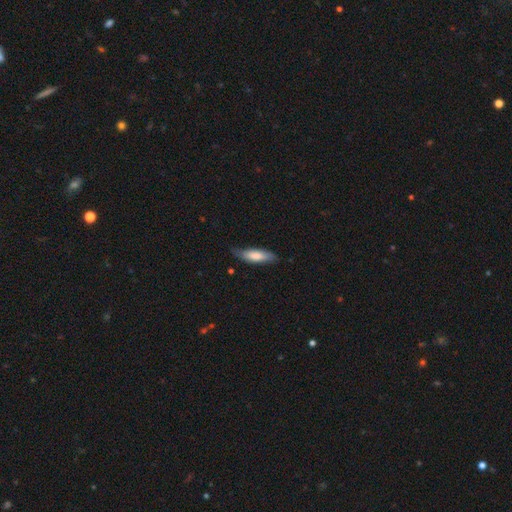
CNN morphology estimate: This appears to be a smooth galaxy with no disk features (74%) that is cigar-shaped (52%). Merging: none (71%).